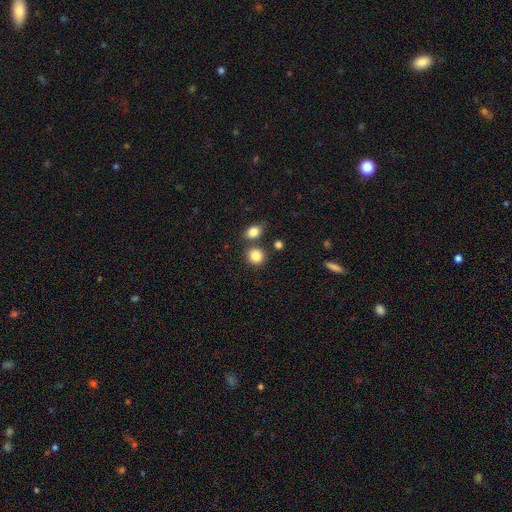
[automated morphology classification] Smooth or featured? Predicted: smooth (p=0.85). How rounded? Predicted: round (p=0.83). Merging? Predicted: none (p=0.73).